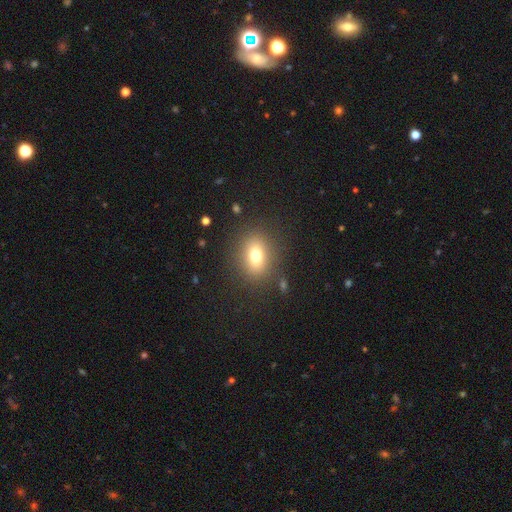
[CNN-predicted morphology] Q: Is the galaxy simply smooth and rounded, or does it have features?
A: smooth — 73%.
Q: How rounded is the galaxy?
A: in between — 52%.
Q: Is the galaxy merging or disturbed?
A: none — 85%.